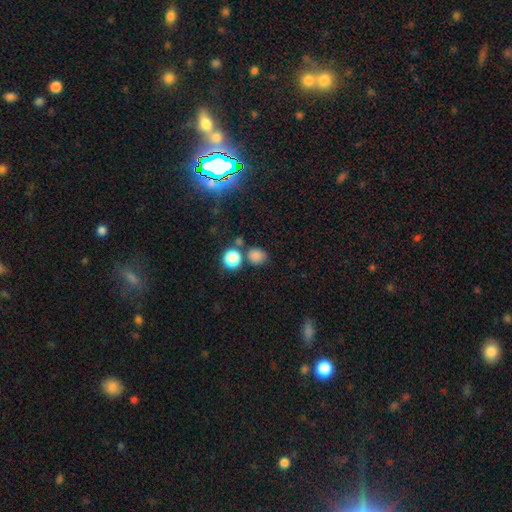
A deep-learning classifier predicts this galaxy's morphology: Smooth or featured? Predicted: smooth (p=0.78). How rounded? Predicted: round (p=0.75). Merging? Predicted: none (p=0.72).